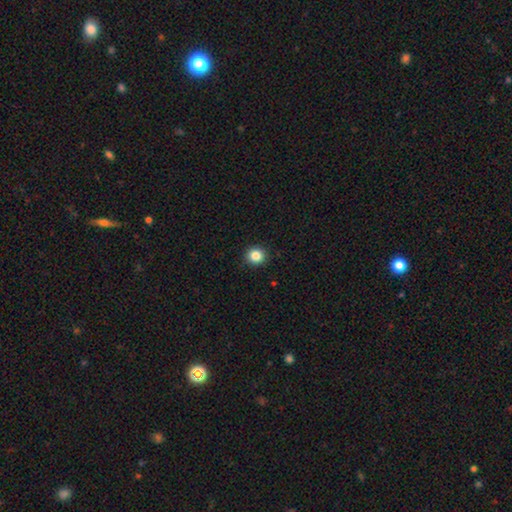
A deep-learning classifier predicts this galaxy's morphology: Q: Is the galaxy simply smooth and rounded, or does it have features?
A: smooth — 85%.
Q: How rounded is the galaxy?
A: round — 93%.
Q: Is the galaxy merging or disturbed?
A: none — 92%.